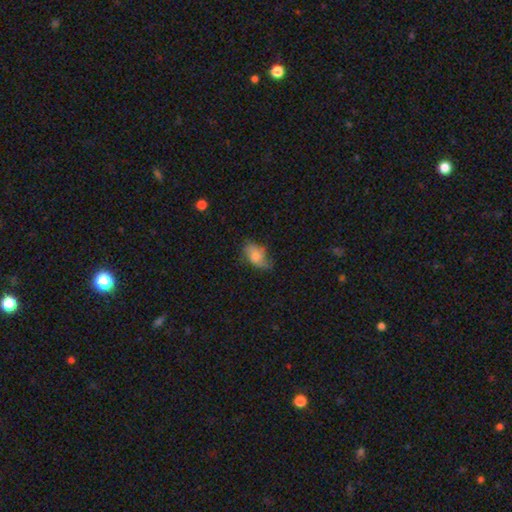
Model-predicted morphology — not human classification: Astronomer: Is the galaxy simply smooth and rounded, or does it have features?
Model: smooth — 66%.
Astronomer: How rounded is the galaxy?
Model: in between — 89%.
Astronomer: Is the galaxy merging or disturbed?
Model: none — 51% (runner-up: minor disturbance, 35%).